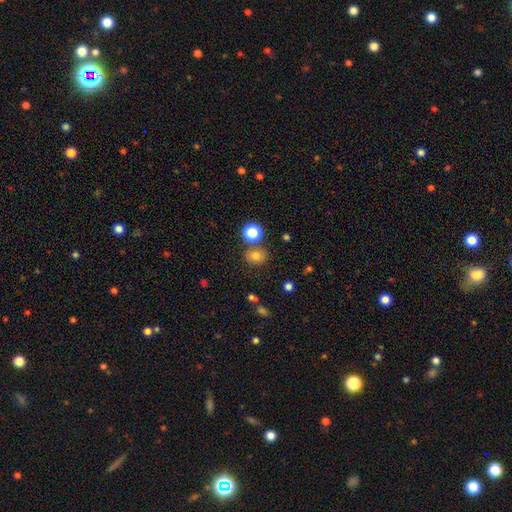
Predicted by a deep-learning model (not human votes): The model was most divided on "how rounded": round: 66%, in between: 33%, cigar-shaped: 1%. More confident: smooth or featured — smooth (77%); merging — none (74%).